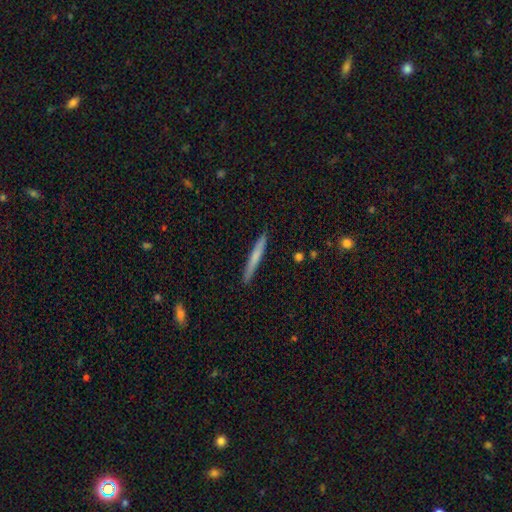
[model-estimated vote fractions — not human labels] Q: Smooth or featured?
A: smooth (60%); runner-up: featured or disk (35%)
Q: How rounded?
A: cigar-shaped (96%); runner-up: in between (2%)
Q: Merging?
A: none (91%); runner-up: minor disturbance (7%)